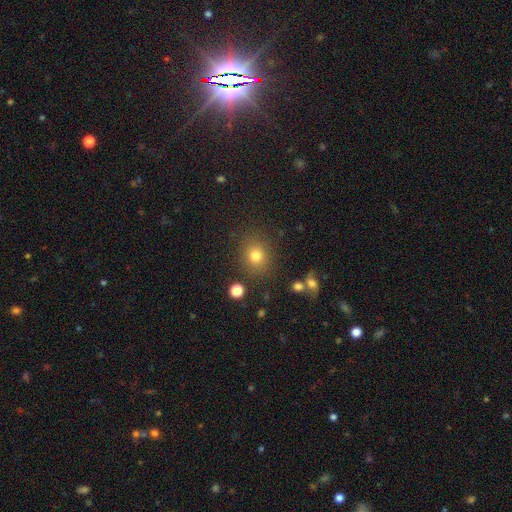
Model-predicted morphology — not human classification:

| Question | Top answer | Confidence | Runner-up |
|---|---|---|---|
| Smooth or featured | smooth | 78% | star or artifact (15%) |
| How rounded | round | 78% | in between (21%) |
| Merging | none | 84% | minor disturbance (9%) |